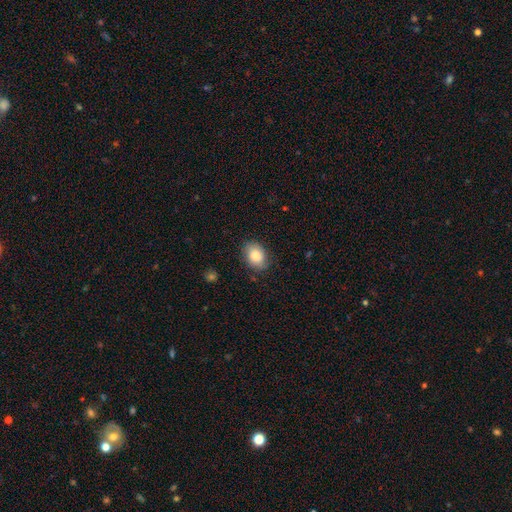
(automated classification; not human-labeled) smooth 83%, featured or disk 10%, star or artifact 7%. Down the decision tree: how rounded — in between (70%); merging — none (79%).